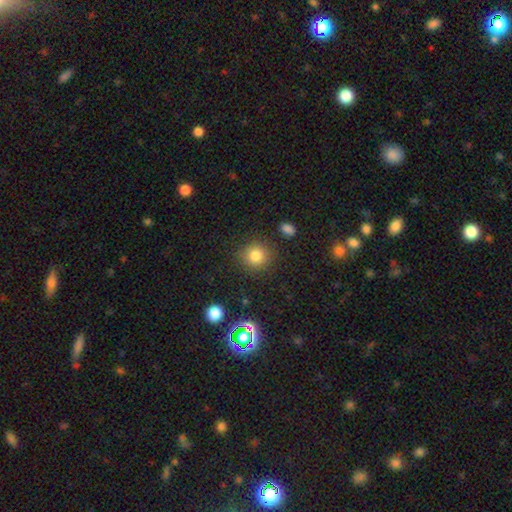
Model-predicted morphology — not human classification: type=smooth (81%); roundness=round (90%); merging=none (86%).